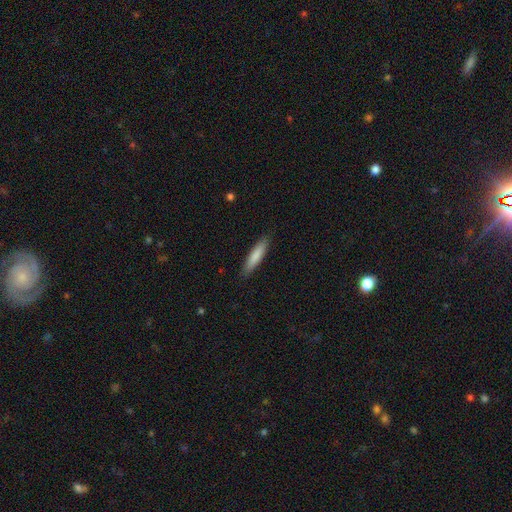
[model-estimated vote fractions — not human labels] Overall: smooth (82%). How rounded: cigar-shaped (83%). Merging: none (89%).